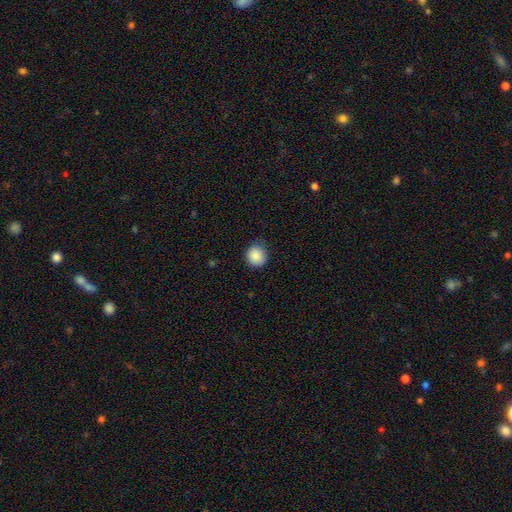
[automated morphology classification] Smooth or featured? smooth (88%)
How rounded? round (91%)
Merging? none (87%)